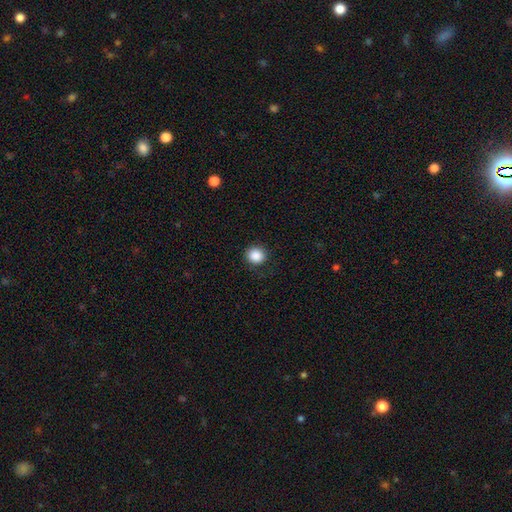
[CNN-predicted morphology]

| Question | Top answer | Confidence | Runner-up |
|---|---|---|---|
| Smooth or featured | smooth | 88% | star or artifact (9%) |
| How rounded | round | 89% | in between (10%) |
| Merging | none | 87% | minor disturbance (9%) |